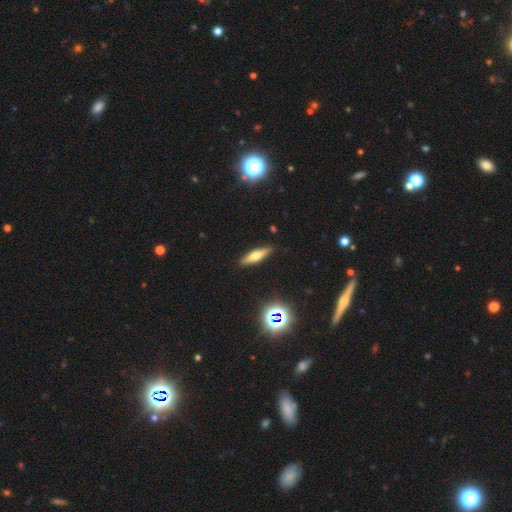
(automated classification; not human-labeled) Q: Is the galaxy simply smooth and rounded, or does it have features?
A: smooth — 46%.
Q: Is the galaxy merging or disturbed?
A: none — 89%.